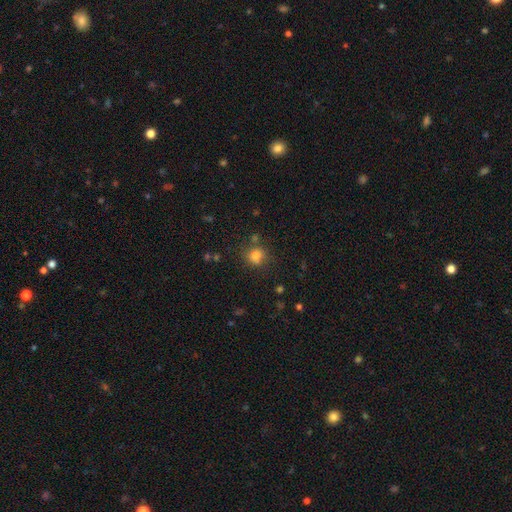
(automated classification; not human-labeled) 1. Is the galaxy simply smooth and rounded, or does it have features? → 77% smooth, 15% star or artifact, 8% featured or disk.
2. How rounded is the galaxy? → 80% round, 19% in between, 1% cigar-shaped.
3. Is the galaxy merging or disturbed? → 72% none, 14% minor disturbance, 10% merger, 4% major disturbance.